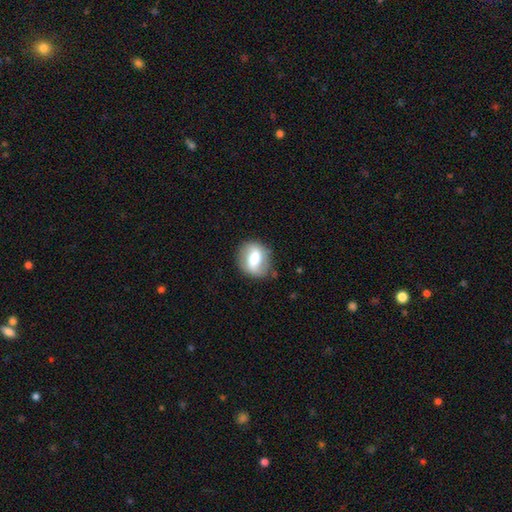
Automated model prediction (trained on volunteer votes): smooth-or-featured: smooth: 50% | featured or disk: 43% | star or artifact: 7%
  merging: none: 79% | minor disturbance: 15% | major disturbance: 5% | merger: 1%